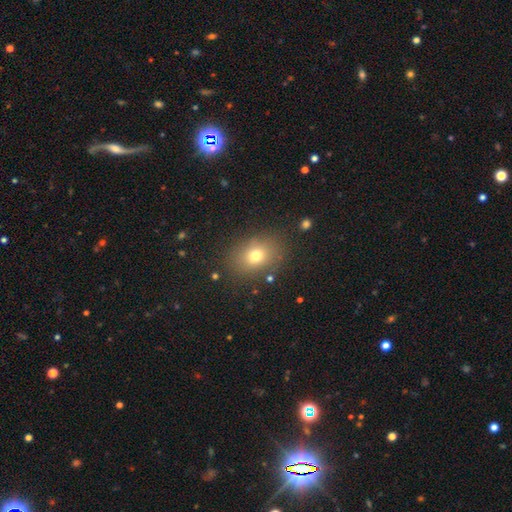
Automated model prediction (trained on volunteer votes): smooth_or_featured: smooth (p=0.72) [alt: star or artifact p=0.14]
how_rounded: in between (p=0.64) [alt: round p=0.35]
merging: none (p=0.82) [alt: minor disturbance p=0.11]